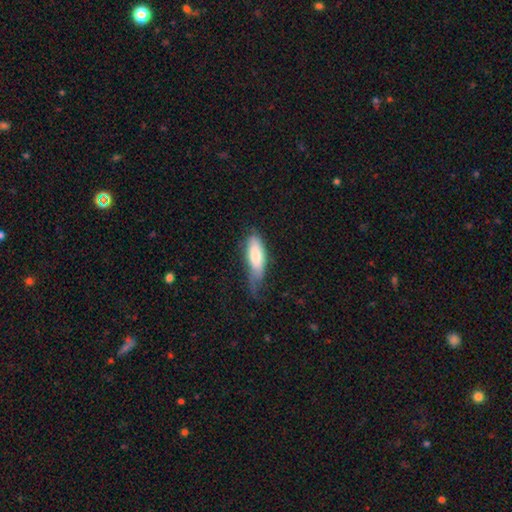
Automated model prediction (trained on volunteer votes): A smooth galaxy with no disk features (76%) that is in between round and cigar-shaped (62%).

Vote fractions:
- Smooth or featured? smooth: 76% / featured or disk: 19% / star or artifact: 6%
- How rounded? in between: 62% / cigar-shaped: 36% / round: 2%
- Merging? minor disturbance: 40% / none: 36% / major disturbance: 21% / merger: 2%